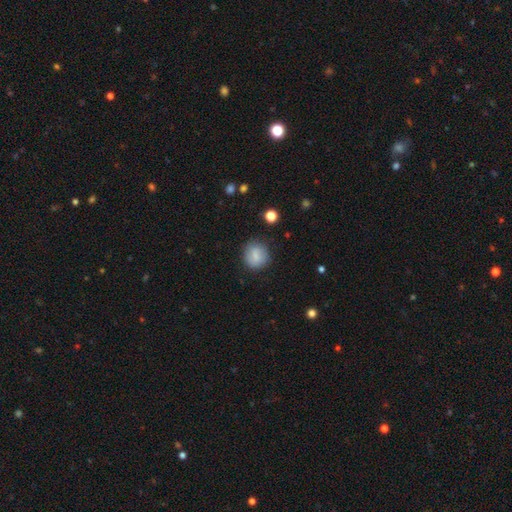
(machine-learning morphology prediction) The model was most divided on "how rounded": round: 80%, in between: 19%, cigar-shaped: 1%. More confident: merging — none (80%); smooth or featured — smooth (77%).